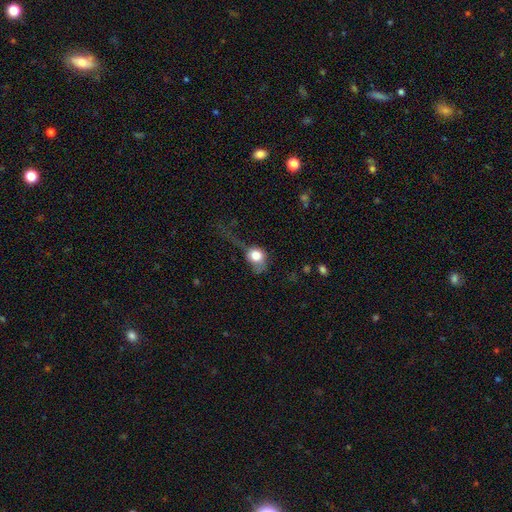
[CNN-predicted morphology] This appears to be a smooth galaxy with no disk features (73%) that is round (64%). Merging: major disturbance (50%).